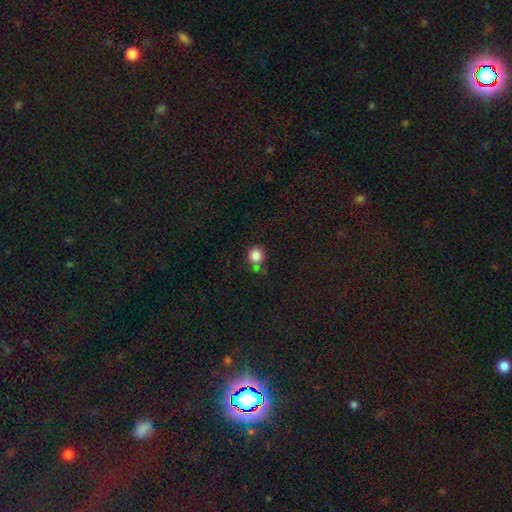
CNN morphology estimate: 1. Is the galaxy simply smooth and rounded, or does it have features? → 85% smooth, 11% star or artifact, 4% featured or disk.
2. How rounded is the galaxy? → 89% round, 10% in between, 1% cigar-shaped.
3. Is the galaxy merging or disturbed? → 65% none, 17% minor disturbance, 13% merger, 5% major disturbance.